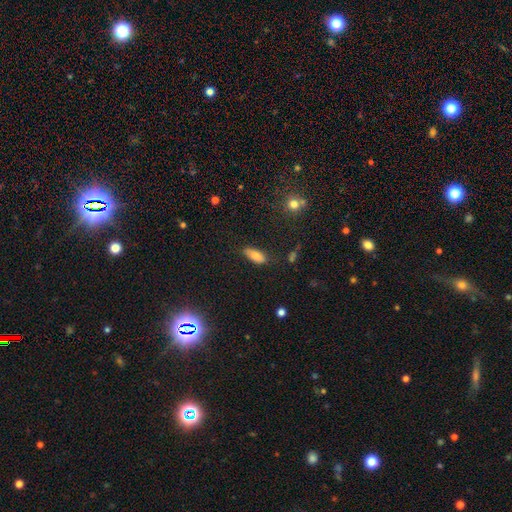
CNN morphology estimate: Overall: smooth (75%). How rounded: in between (82%). Merging: none (78%).